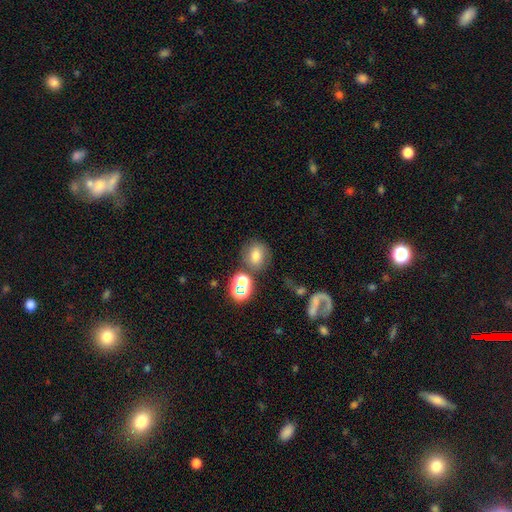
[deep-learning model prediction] Smooth or featured? Predicted: smooth (p=0.70). How rounded? Predicted: round (p=0.69). Merging? Predicted: none (p=0.71).